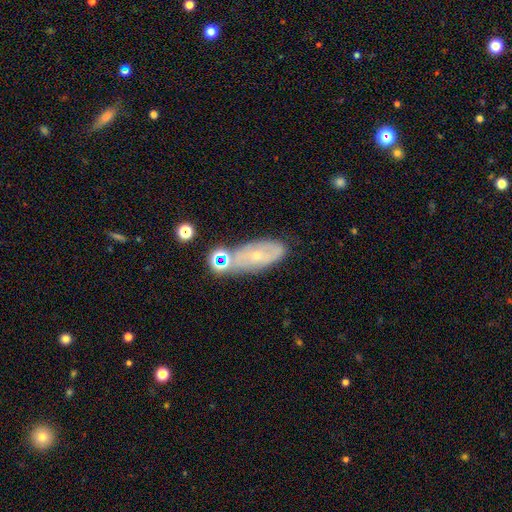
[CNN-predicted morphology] Smooth or featured? featured or disk (63%)
Edge-on disk? no (86%)
Bar? no (80%)
Spiral arms? yes (56%)
Bulge size? small (71%)
Merging? none (54%)